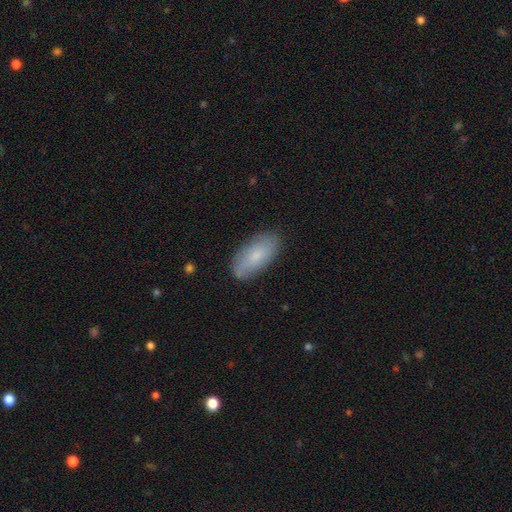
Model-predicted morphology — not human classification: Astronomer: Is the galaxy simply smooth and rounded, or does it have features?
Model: smooth — 76%.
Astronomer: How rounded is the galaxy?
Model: in between — 90%.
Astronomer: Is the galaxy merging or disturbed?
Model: none — 84%.